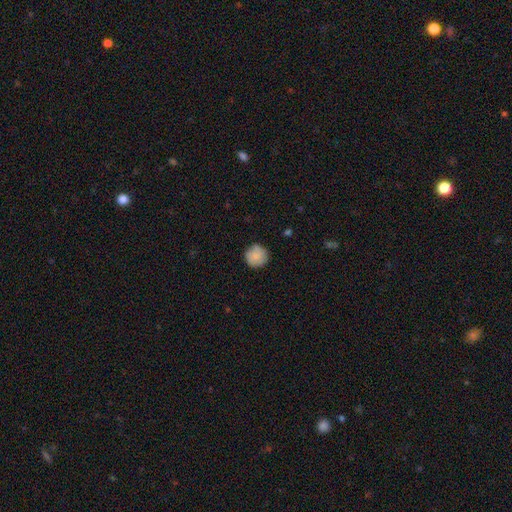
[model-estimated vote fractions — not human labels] Overall: smooth (82%). How rounded: round (93%). Merging: none (81%).